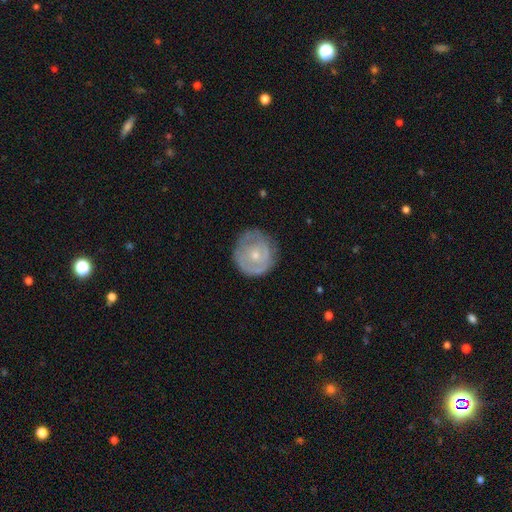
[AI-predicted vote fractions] A featured or disk galaxy (53%) with no bar (83%), no spiral arms (51%) and a small central bulge (60%).

Vote fractions:
- Smooth or featured? featured or disk: 53% / smooth: 41% / star or artifact: 6%
- Edge-on disk? no: 97% / yes: 3%
- Bar? no: 83% / weak: 15% / strong: 3%
- Spiral arms? no: 51% / yes: 49%
- Bulge size? small: 60% / moderate: 36% / none: 2% / large: 2% / dominant: 1%
- Merging? none: 72% / minor disturbance: 20% / major disturbance: 7% / merger: 1%